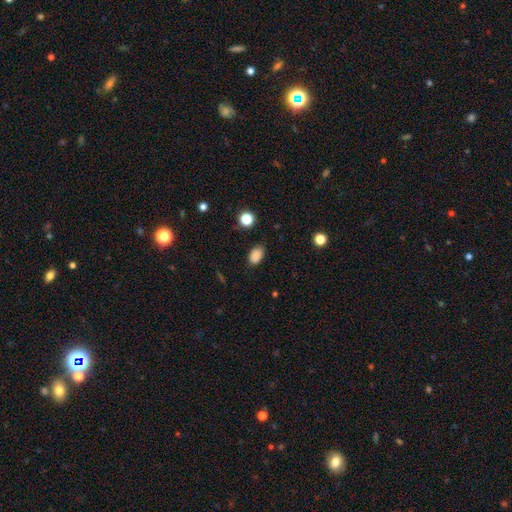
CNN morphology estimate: Smooth or featured? Predicted: smooth (p=0.86). How rounded? Predicted: in between (p=0.85). Merging? Predicted: none (p=0.82).